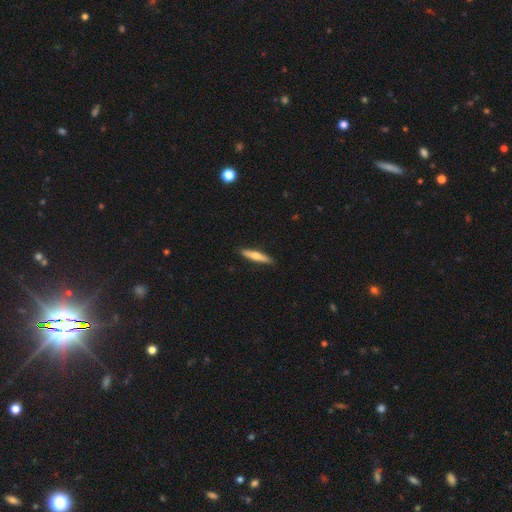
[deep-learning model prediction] smooth_or_featured: smooth (p=0.56) [alt: featured or disk p=0.39]
how_rounded: cigar-shaped (p=0.86) [alt: in between p=0.13]
merging: none (p=0.90) [alt: minor disturbance p=0.08]